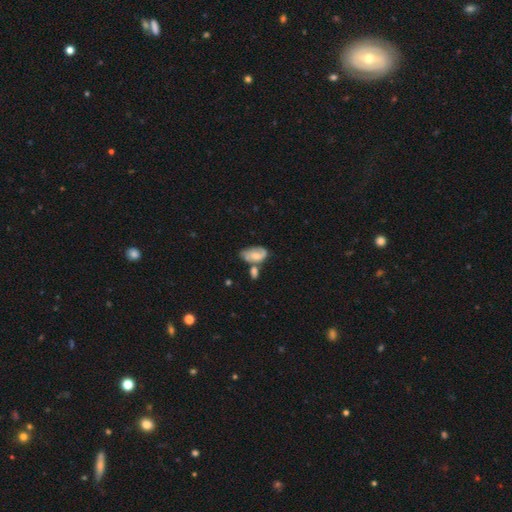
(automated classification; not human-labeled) Smooth or featured?
  - smooth: 48% *
  - featured or disk: 44%
  - star or artifact: 8%
Merging?
  - merger: 32% *
  - none: 31%
  - minor disturbance: 24%
  - major disturbance: 13%